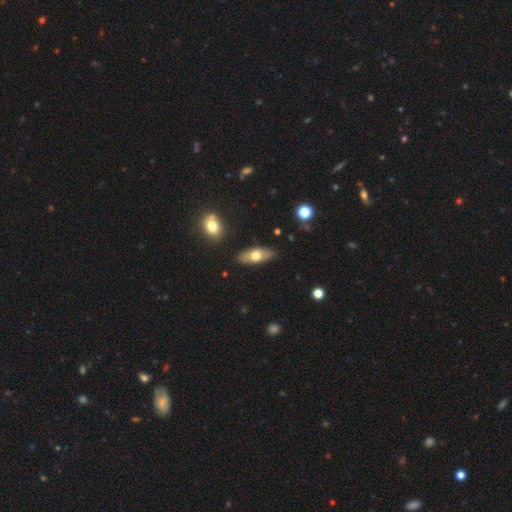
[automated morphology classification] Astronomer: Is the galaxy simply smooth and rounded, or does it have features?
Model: smooth — 63%.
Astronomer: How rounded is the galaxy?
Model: in between — 77%.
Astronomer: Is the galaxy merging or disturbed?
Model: none — 85%.